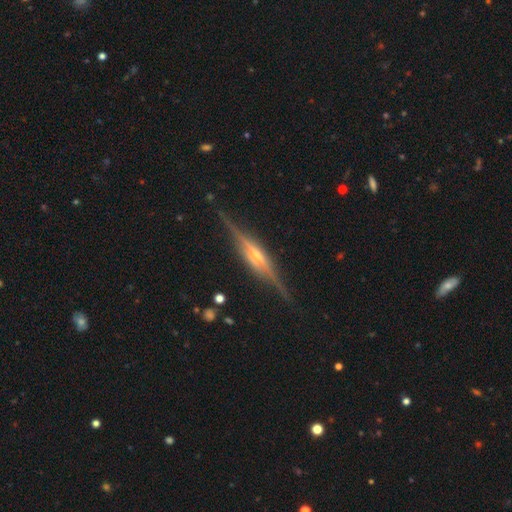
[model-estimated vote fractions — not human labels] This appears to be a featured or disk galaxy (87%) viewed edge-on (97%) with a rounded central bulge (77%). Merging: none (86%).